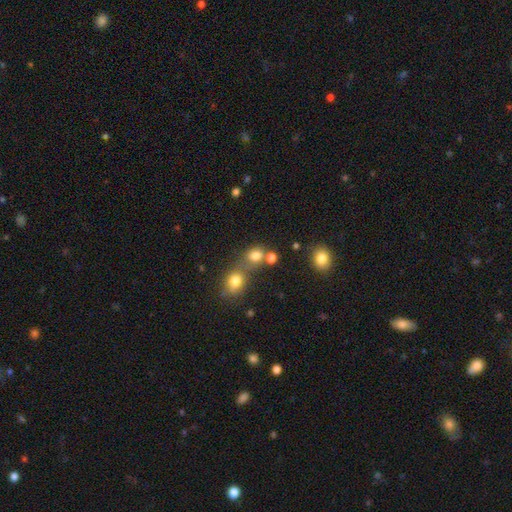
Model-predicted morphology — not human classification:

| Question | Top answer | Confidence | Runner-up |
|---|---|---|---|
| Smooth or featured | smooth | 77% | star or artifact (15%) |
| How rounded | round | 64% | in between (34%) |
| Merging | none | 47% | merger (39%) |